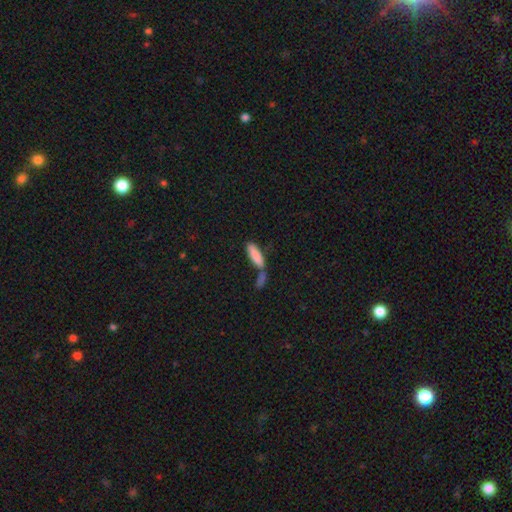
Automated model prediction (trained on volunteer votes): A smooth galaxy with no disk features (85%) that is cigar-shaped (56%).

Vote fractions:
- Smooth or featured? smooth: 85% / featured or disk: 9% / star or artifact: 7%
- How rounded? cigar-shaped: 56% / in between: 42% / round: 2%
- Merging? none: 45% / merger: 37% / minor disturbance: 13% / major disturbance: 5%